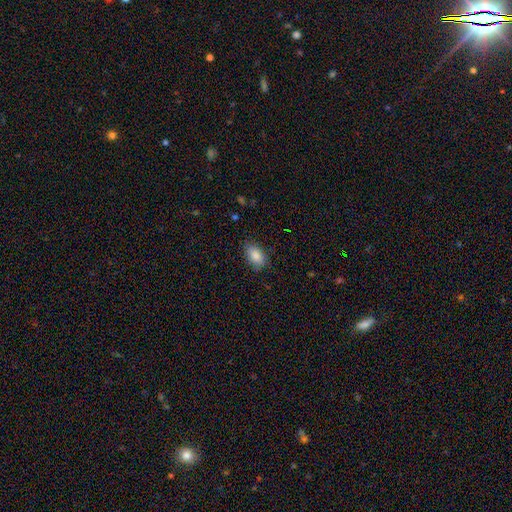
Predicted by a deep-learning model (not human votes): A smooth galaxy with no disk features (87%) that is in between round and cigar-shaped (91%). Merging: none (82%).